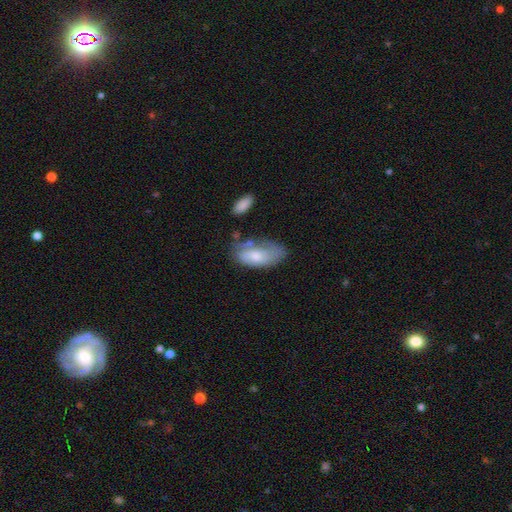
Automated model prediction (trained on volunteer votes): A smooth galaxy with no disk features (61%) that is in between round and cigar-shaped (89%). Merging: none (43%).